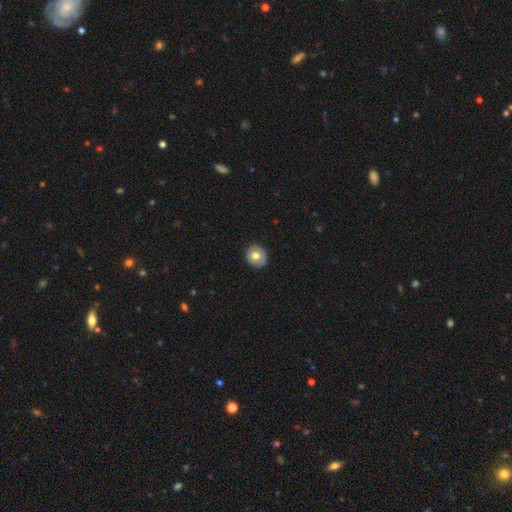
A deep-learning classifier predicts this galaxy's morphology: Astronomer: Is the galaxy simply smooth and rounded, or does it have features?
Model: smooth — 62%.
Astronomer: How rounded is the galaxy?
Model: round — 80%.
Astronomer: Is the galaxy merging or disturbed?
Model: none — 87%.